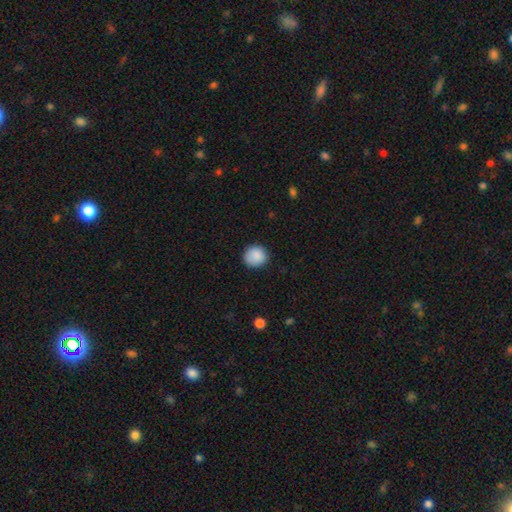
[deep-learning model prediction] The model was most divided on "how rounded": round: 88%, in between: 11%, cigar-shaped: 1%. More confident: smooth or featured — smooth (89%); merging — none (87%).